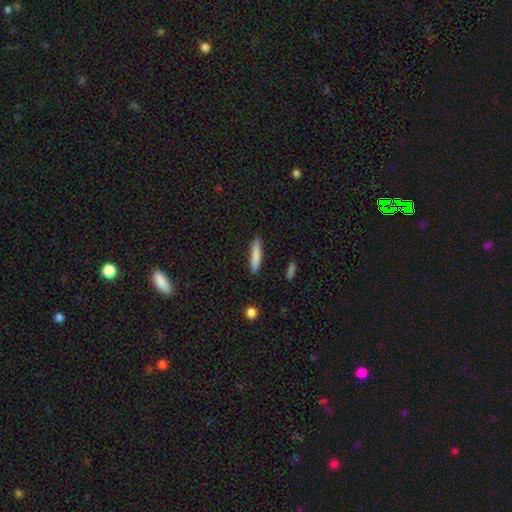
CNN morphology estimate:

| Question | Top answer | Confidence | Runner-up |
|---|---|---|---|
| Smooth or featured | smooth | 82% | featured or disk (12%) |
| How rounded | cigar-shaped | 87% | in between (11%) |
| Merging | none | 89% | minor disturbance (8%) |